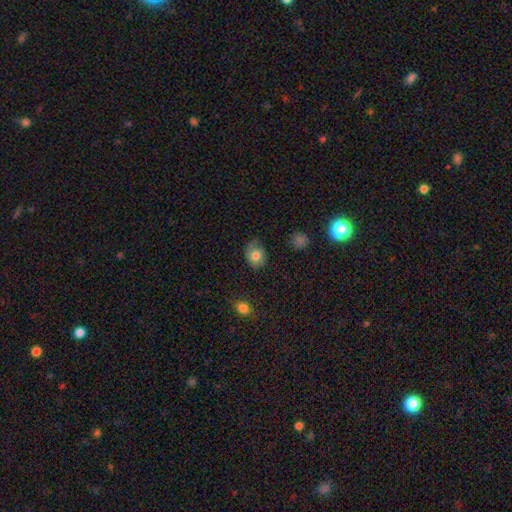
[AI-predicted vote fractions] Smooth or featured: smooth — 78% (featured or disk — 13%)
How rounded: in between — 50% (round — 49%)
Merging: none — 70% (minor disturbance — 24%)